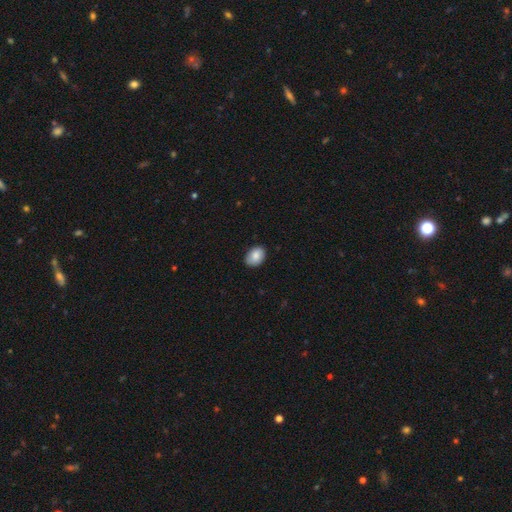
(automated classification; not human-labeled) smooth-or-featured: smooth: 86% | star or artifact: 7% | featured or disk: 7%
  how-rounded: in between: 76% | round: 23% | cigar-shaped: 1%
  merging: none: 84% | minor disturbance: 13% | major disturbance: 2% | merger: 1%